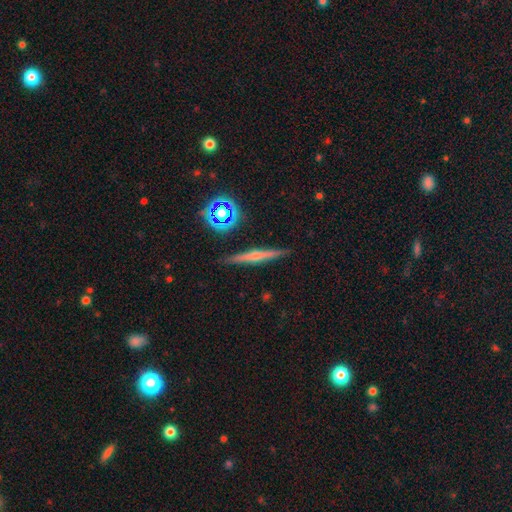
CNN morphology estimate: This is possibly a featured or disk galaxy (58%). It is clearly viewed edge-on (97%). Edge-on bulge: likely rounded (70%). Merging: clearly none (89%).